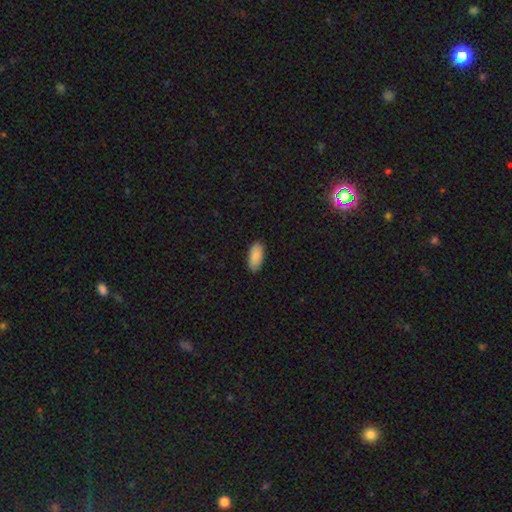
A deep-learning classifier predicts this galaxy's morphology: The model was most divided on "merging": none: 88%, minor disturbance: 10%, major disturbance: 2%, merger: 1%. More confident: how rounded — in between (91%); smooth or featured — smooth (90%).